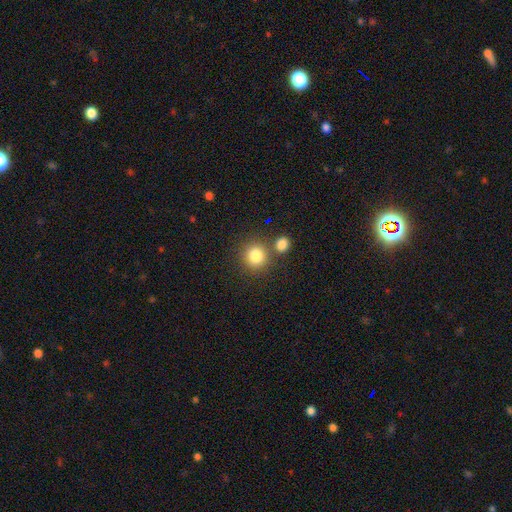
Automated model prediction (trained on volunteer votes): smooth-or-featured: smooth: 83% | star or artifact: 11% | featured or disk: 6%
  how-rounded: round: 90% | in between: 9% | cigar-shaped: 1%
  merging: none: 72% | merger: 17% | minor disturbance: 8% | major disturbance: 3%